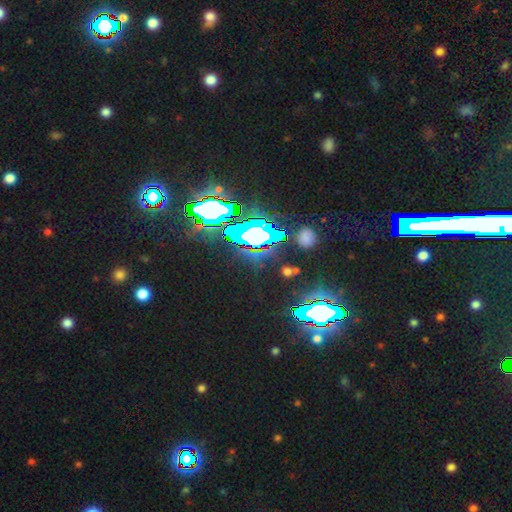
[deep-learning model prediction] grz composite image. It shows a star or artifact, not a galaxy (82%).